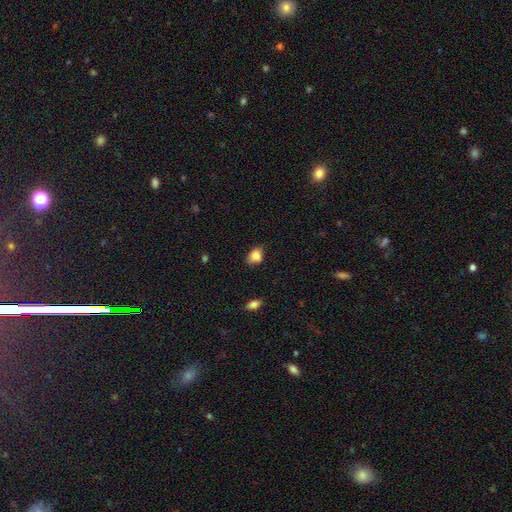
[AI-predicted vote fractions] This appears to be a smooth galaxy with no disk features (86%) that is in between round and cigar-shaped (62%). Merging: none (63%).